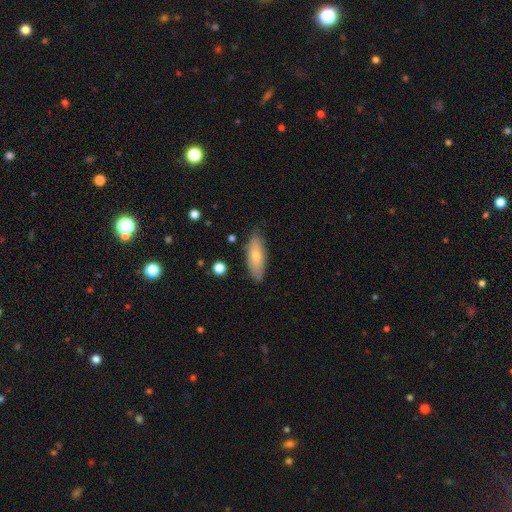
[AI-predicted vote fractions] A smooth galaxy with no disk features (65%) that is in between round and cigar-shaped (59%). Merging: none (85%).